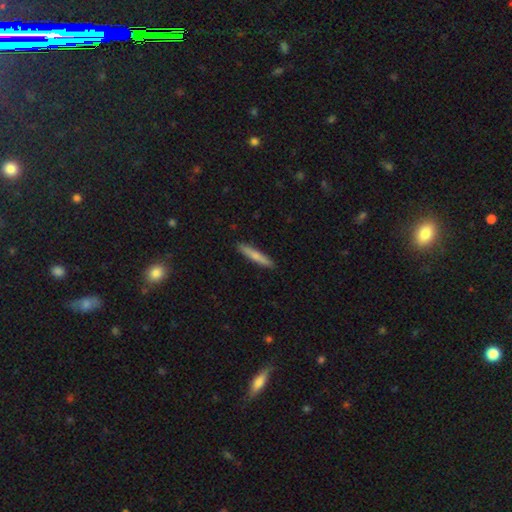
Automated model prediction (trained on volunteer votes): Q: Smooth or featured?
A: smooth (70%); runner-up: featured or disk (25%)
Q: How rounded?
A: cigar-shaped (93%); runner-up: in between (6%)
Q: Merging?
A: none (91%); runner-up: minor disturbance (7%)